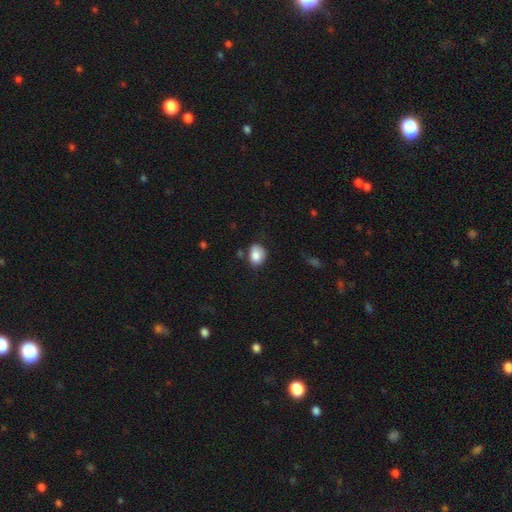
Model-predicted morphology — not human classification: A smooth galaxy with no disk features (82%) that is in between round and cigar-shaped (60%). Merging: none (64%).